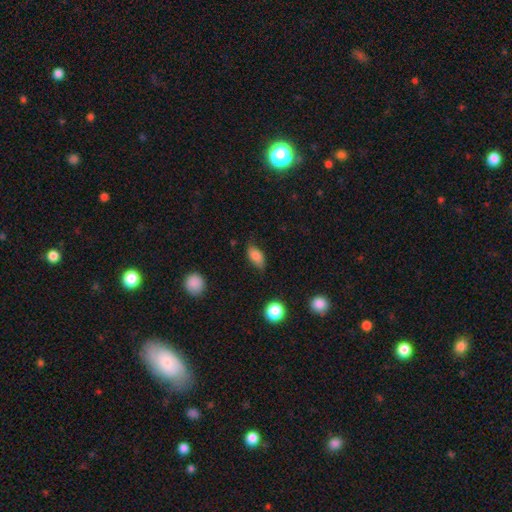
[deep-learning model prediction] Smooth or featured? Predicted: smooth (p=0.77). How rounded? Predicted: in between (p=0.87). Merging? Predicted: none (p=0.68).